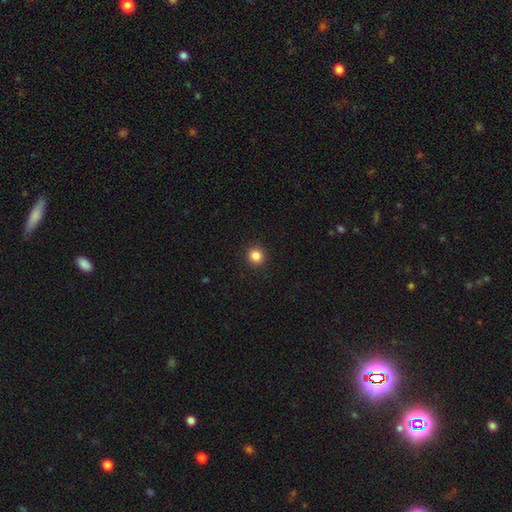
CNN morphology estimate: smooth 85%, star or artifact 11%, featured or disk 4%. Down the decision tree: how rounded — round (93%); merging — none (93%).